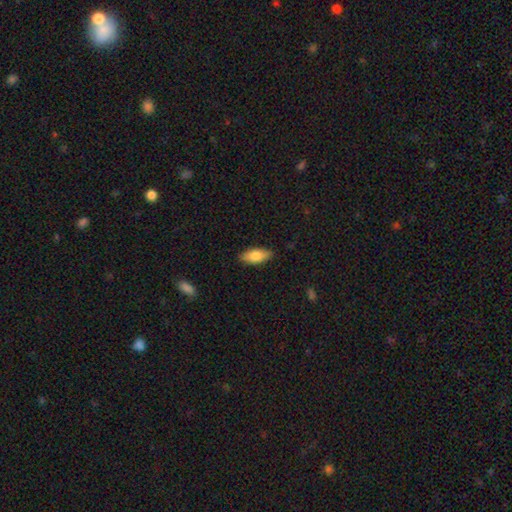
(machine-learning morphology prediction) smooth 80%, featured or disk 14%, star or artifact 6%. Down the decision tree: how rounded — in between (85%); merging — none (85%).